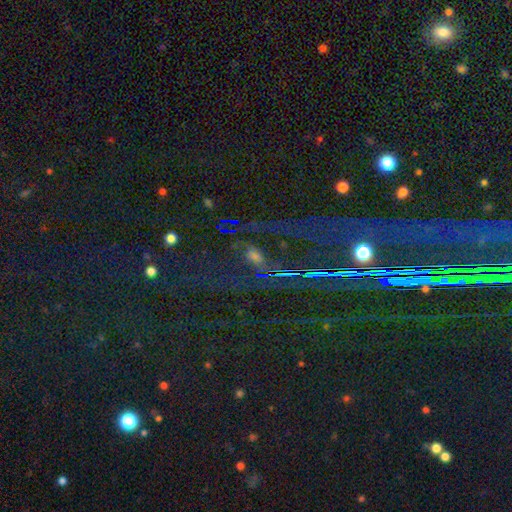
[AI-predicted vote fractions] smooth-or-featured: star or artifact: 59% | smooth: 21% | featured or disk: 20%